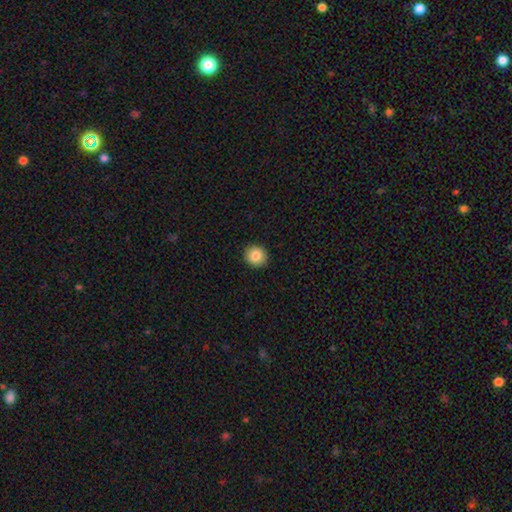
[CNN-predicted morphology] This is clearly a smooth galaxy (86%). How rounded: clearly round (92%). Merging: clearly none (93%).